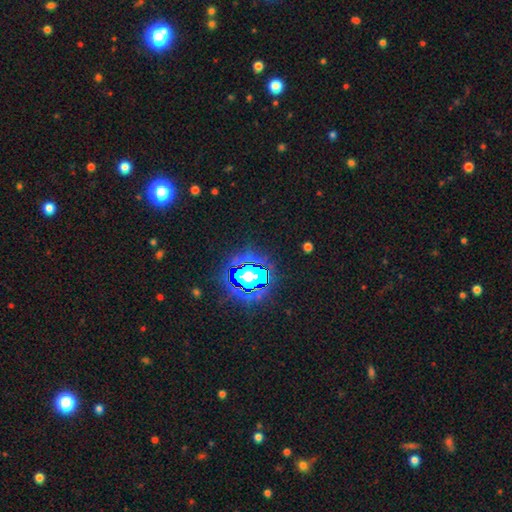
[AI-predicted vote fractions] This is clearly a star or artifact rather than a galaxy (85%).